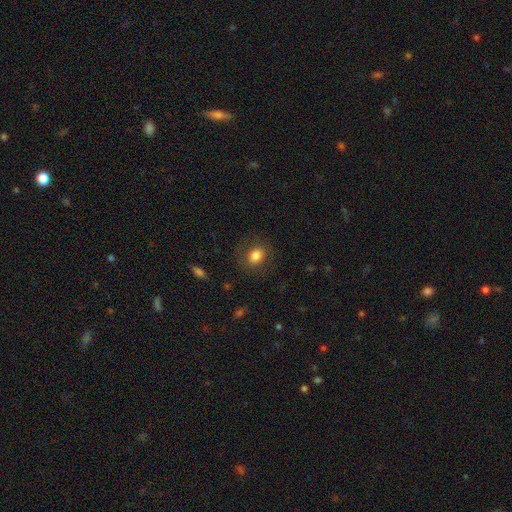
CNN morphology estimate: smooth 79%, featured or disk 12%, star or artifact 10%. Down the decision tree: how rounded — round (50%); merging — none (79%).